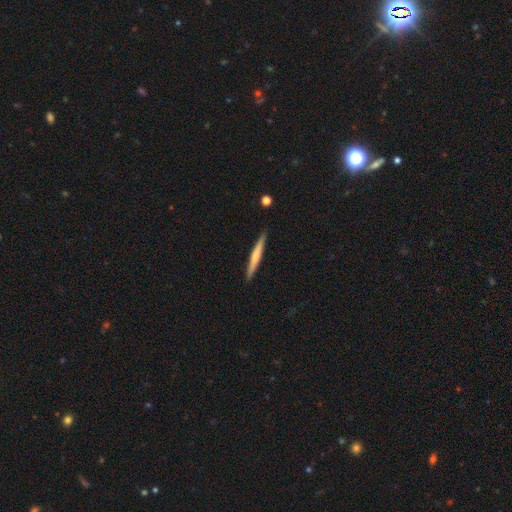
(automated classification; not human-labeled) Smooth or featured? smooth (53%)
How rounded? cigar-shaped (96%)
Merging? none (90%)